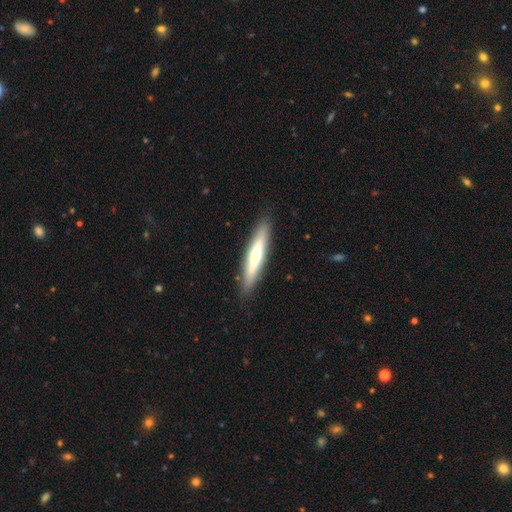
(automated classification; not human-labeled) smooth 48%, featured or disk 46%, star or artifact 5%. Down the decision tree: merging — none (89%).